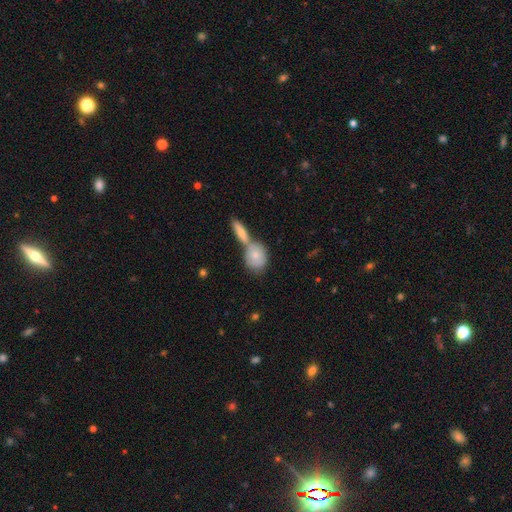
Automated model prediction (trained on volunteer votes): This is likely a smooth galaxy (77%). How rounded: possibly in between (49%). Merging: possibly merger (52%).